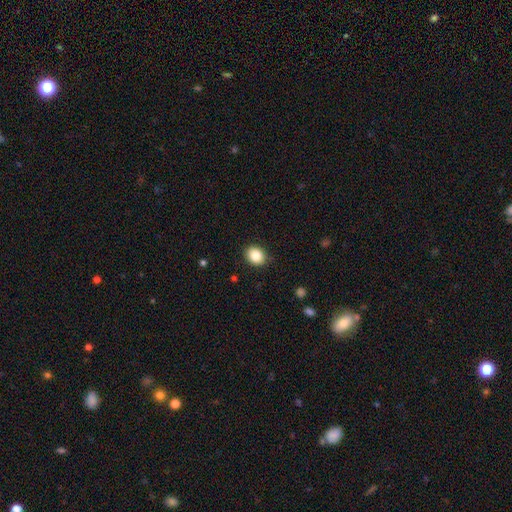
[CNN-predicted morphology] Smooth or featured? smooth (86%)
How rounded? round (53%)
Merging? none (88%)